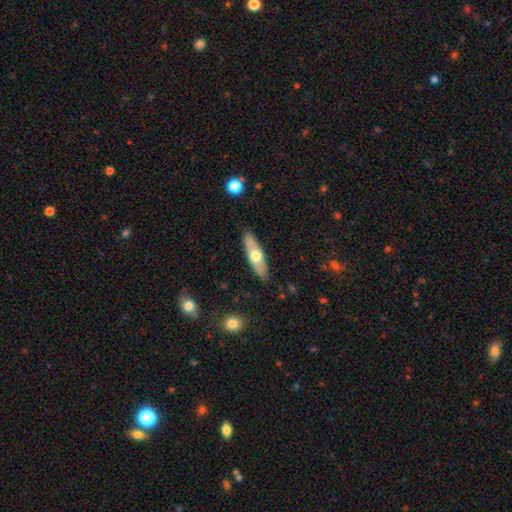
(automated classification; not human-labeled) Morphology: type=smooth (54%); roundness=cigar-shaped (56%); merging=none (87%).